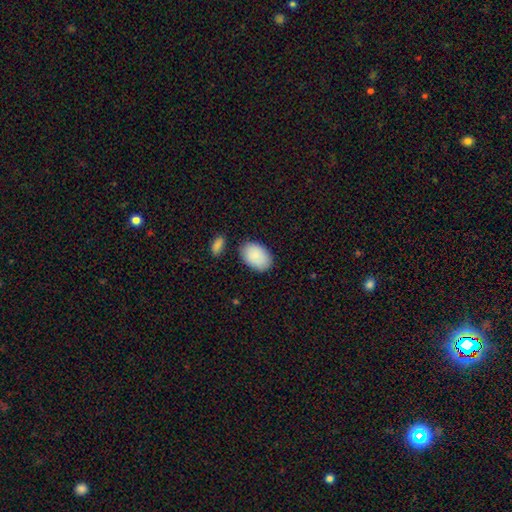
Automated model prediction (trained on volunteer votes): The model was most divided on "merging": none: 80%, minor disturbance: 13%, merger: 4%, major disturbance: 3%. More confident: how rounded — in between (91%); smooth or featured — smooth (88%).